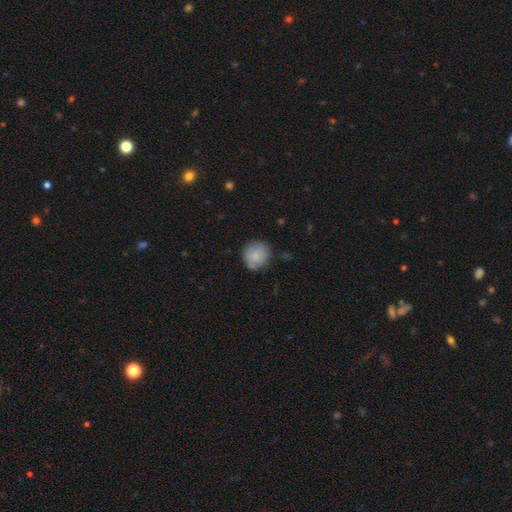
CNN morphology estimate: smooth 85%, featured or disk 8%, star or artifact 7%. Down the decision tree: how rounded — round (87%); merging — none (79%).